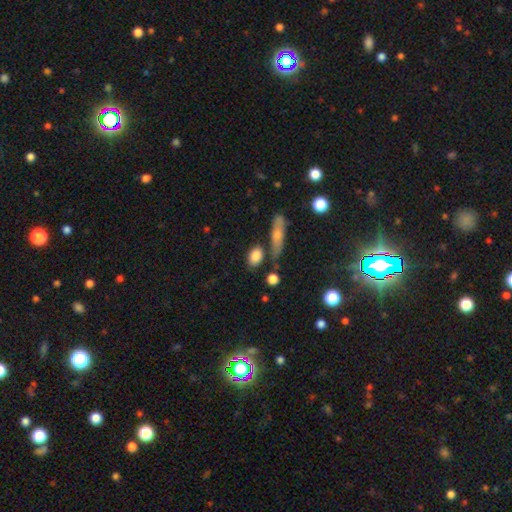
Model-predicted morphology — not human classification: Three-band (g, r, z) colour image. It shows a smooth galaxy with no disk features (82%) that is in between round and cigar-shaped (72%). Merging: none (69%).